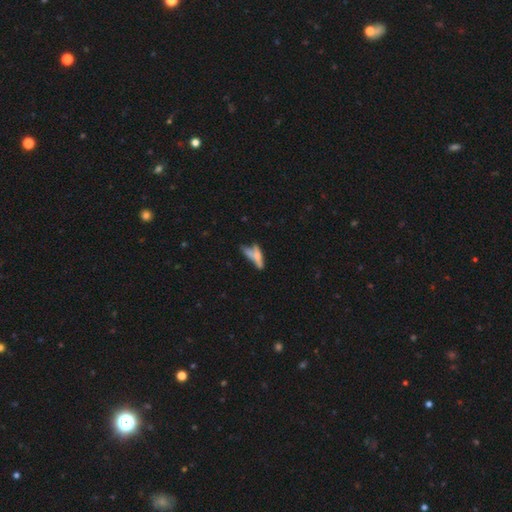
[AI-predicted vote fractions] Q: Smooth or featured?
A: smooth (50%); runner-up: featured or disk (38%)
Q: How rounded?
A: cigar-shaped (61%); runner-up: in between (35%)
Q: Merging?
A: merger (33%); runner-up: none (31%)